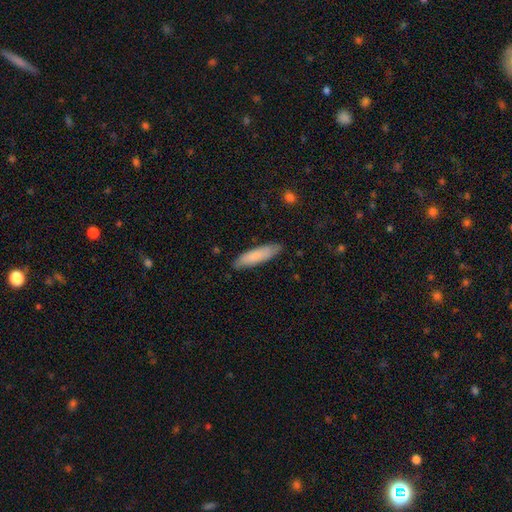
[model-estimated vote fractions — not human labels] smooth-or-featured: smooth: 82% | featured or disk: 13% | star or artifact: 6%
  how-rounded: cigar-shaped: 69% | in between: 30% | round: 1%
  merging: none: 85% | minor disturbance: 12% | major disturbance: 2% | merger: 1%